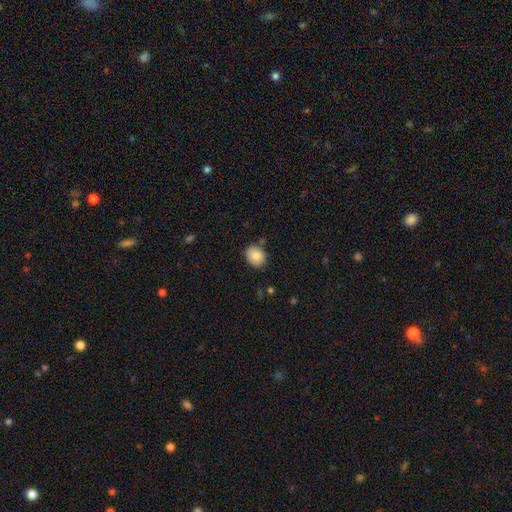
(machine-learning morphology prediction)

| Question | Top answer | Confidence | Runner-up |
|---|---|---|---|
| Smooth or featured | smooth | 80% | featured or disk (11%) |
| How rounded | round | 59% | in between (40%) |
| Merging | none | 81% | minor disturbance (13%) |